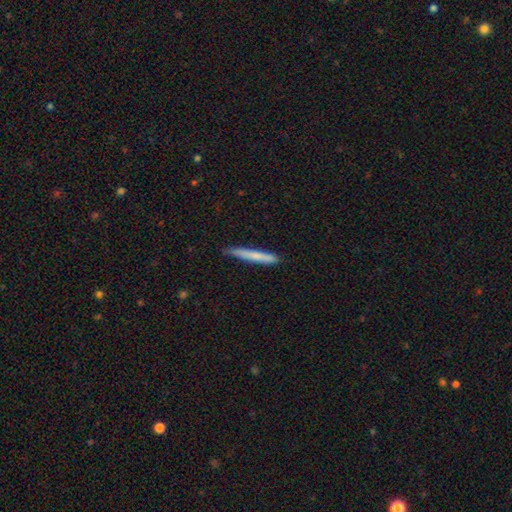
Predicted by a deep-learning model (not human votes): Smooth or featured? smooth (71%)
How rounded? cigar-shaped (96%)
Merging? none (85%)